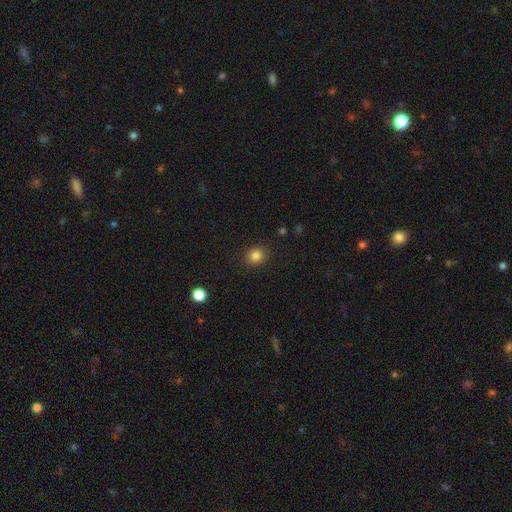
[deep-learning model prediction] Smooth or featured?
  - smooth: 83% *
  - star or artifact: 12%
  - featured or disk: 5%
How rounded?
  - round: 82% *
  - in between: 17%
  - cigar-shaped: 1%
Merging?
  - none: 90% *
  - minor disturbance: 7%
  - major disturbance: 2%
  - merger: 1%